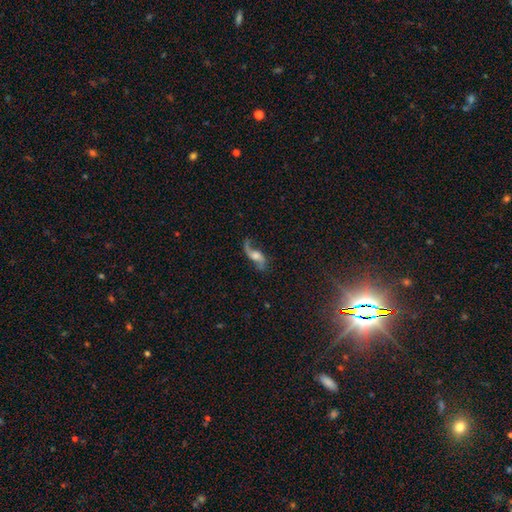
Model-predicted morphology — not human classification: Q: Smooth or featured?
A: featured or disk (82%); runner-up: smooth (11%)
Q: Edge-on disk?
A: no (92%); runner-up: yes (8%)
Q: Bar?
A: no (58%); runner-up: weak (33%)
Q: Spiral arms?
A: yes (95%); runner-up: no (5%)
Q: Spiral winding?
A: loose (84%); runner-up: medium (13%)
Q: Spiral arm count?
A: 2 (88%); runner-up: 1 (7%)
Q: Bulge size?
A: moderate (41%); runner-up: small (22%)
Q: Merging?
A: none (67%); runner-up: minor disturbance (17%)